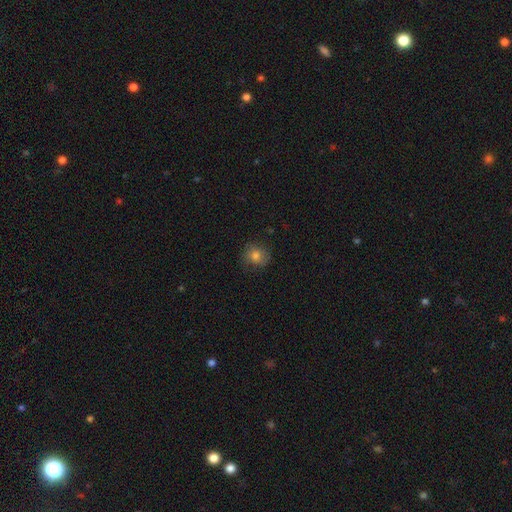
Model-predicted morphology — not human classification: smooth-or-featured: smooth: 77% | featured or disk: 12% | star or artifact: 11%
  how-rounded: round: 81% | in between: 18% | cigar-shaped: 1%
  merging: none: 78% | minor disturbance: 16% | major disturbance: 4% | merger: 1%